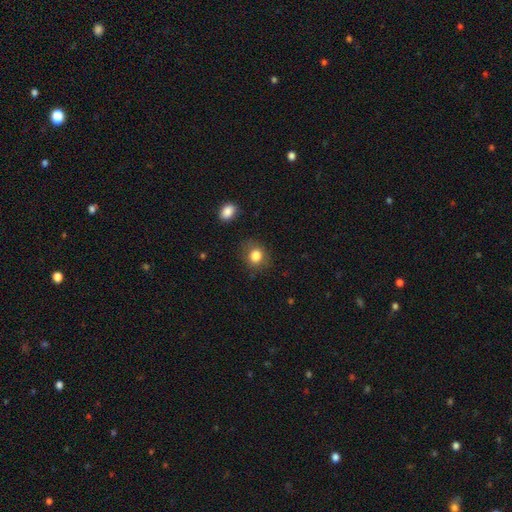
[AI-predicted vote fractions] This appears to be a smooth galaxy with no disk features (83%) that is round (71%). Merging: none (77%).